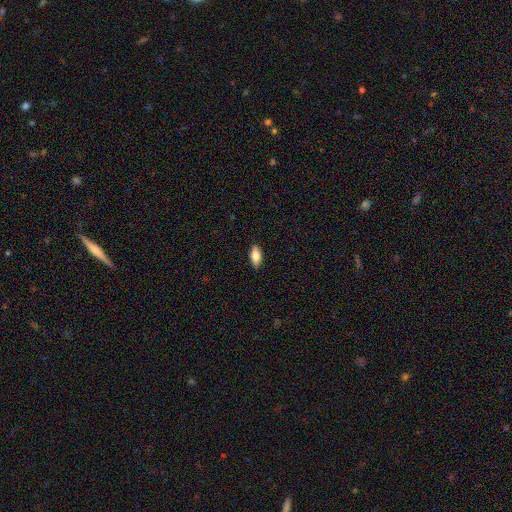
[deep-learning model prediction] Overall: smooth (79%). How rounded: in between (85%). Merging: none (90%).